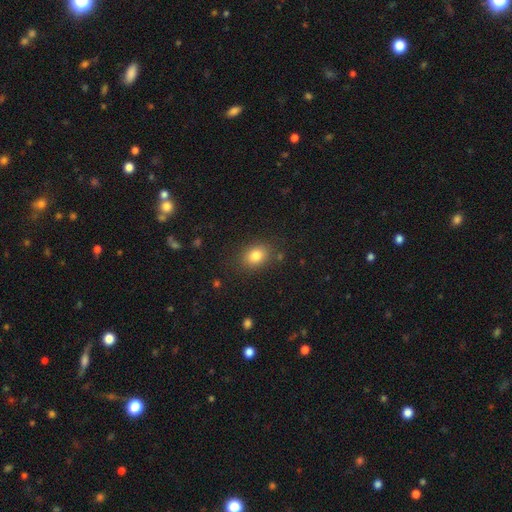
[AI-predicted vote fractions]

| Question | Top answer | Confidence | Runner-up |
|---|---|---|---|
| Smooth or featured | smooth | 82% | star or artifact (10%) |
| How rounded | in between | 65% | round (34%) |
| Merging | none | 83% | minor disturbance (11%) |